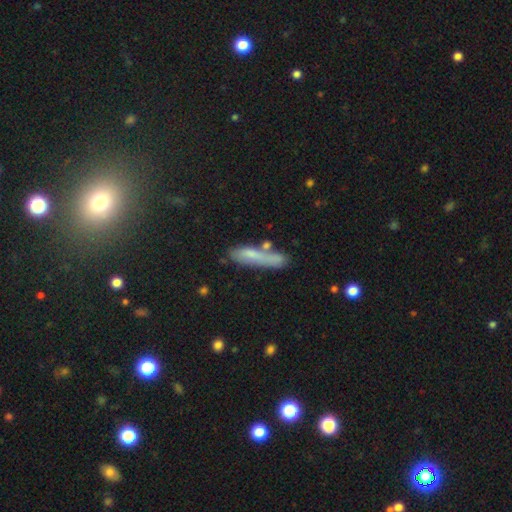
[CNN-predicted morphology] Smooth or featured: smooth — 63% (featured or disk — 26%)
How rounded: cigar-shaped — 80% (in between — 18%)
Merging: none — 56% (minor disturbance — 21%)